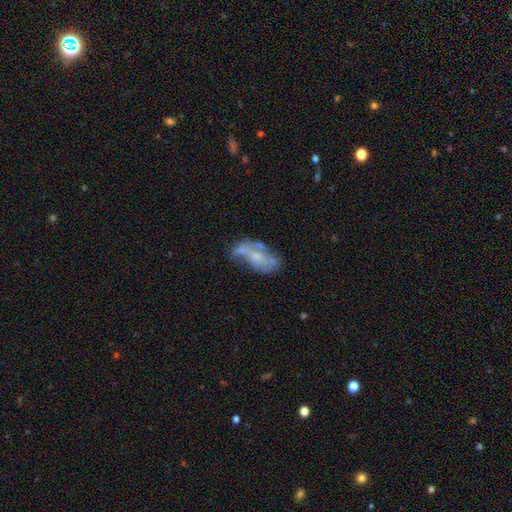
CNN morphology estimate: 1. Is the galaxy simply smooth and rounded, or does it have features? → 56% featured or disk, 33% smooth, 10% star or artifact.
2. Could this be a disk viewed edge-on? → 93% no, 7% yes.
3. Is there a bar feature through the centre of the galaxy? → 73% no, 21% weak, 6% strong.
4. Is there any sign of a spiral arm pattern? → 63% no, 37% yes.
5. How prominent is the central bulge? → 41% small, 31% none, 24% moderate, 3% large, 1% dominant.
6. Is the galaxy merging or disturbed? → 33% none, 24% major disturbance, 23% minor disturbance, 20% merger.